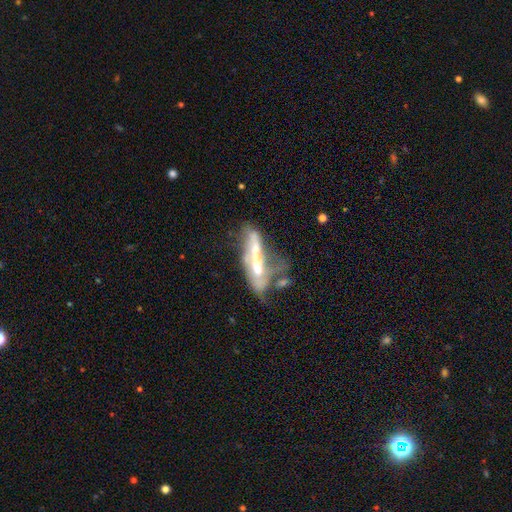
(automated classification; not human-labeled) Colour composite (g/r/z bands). It shows a featured or disk galaxy (65%). Merging: major disturbance (30%).